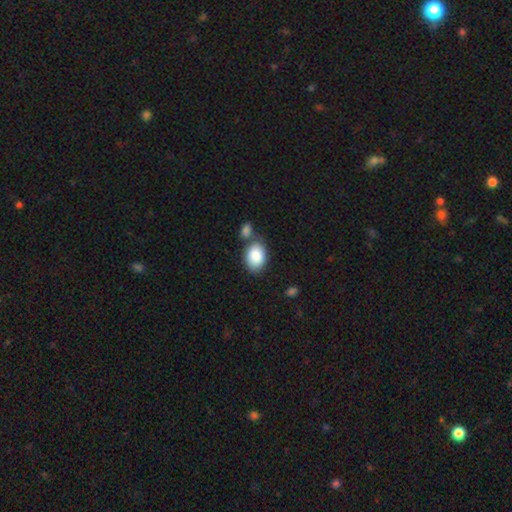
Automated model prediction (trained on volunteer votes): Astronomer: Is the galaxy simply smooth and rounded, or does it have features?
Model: smooth — 86%.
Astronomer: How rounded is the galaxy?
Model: in between — 83%.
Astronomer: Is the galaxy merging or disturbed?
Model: none — 55%.